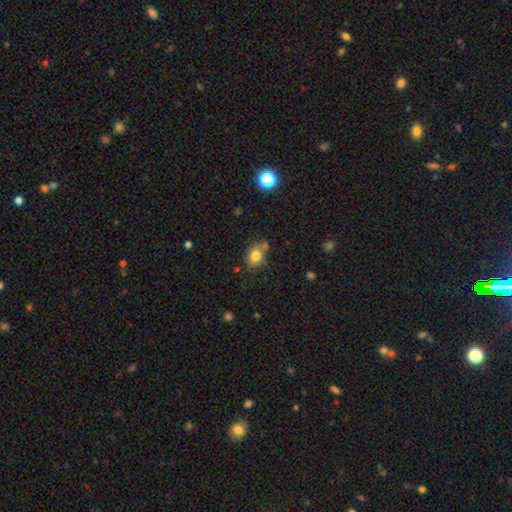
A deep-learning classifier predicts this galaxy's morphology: This is likely a smooth galaxy (79%). How rounded: likely in between (73%). Merging: likely none (65%).